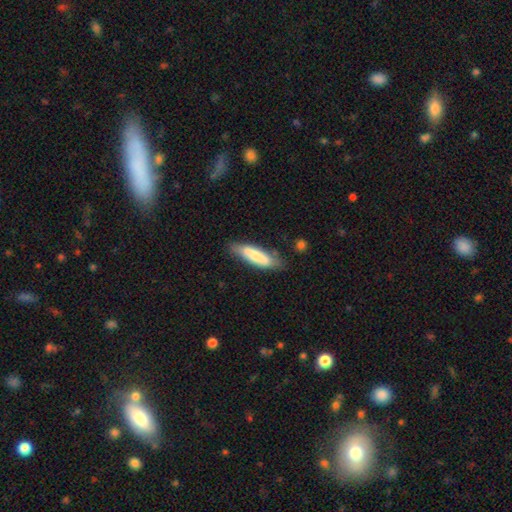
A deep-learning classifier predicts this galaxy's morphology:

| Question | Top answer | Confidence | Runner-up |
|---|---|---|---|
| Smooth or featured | smooth | 74% | featured or disk (20%) |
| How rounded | cigar-shaped | 62% | in between (36%) |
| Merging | none | 72% | minor disturbance (20%) |